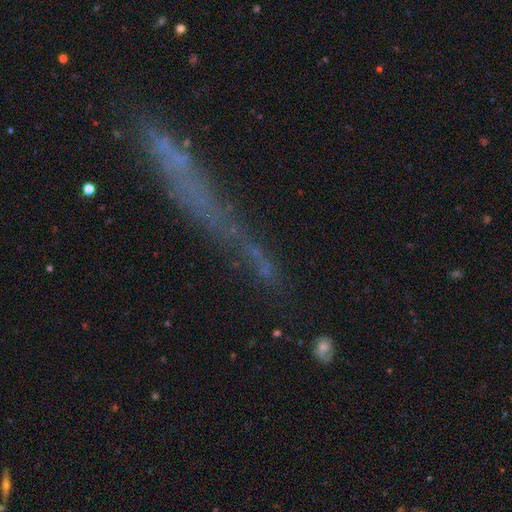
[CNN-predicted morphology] type=star or artifact (36%).